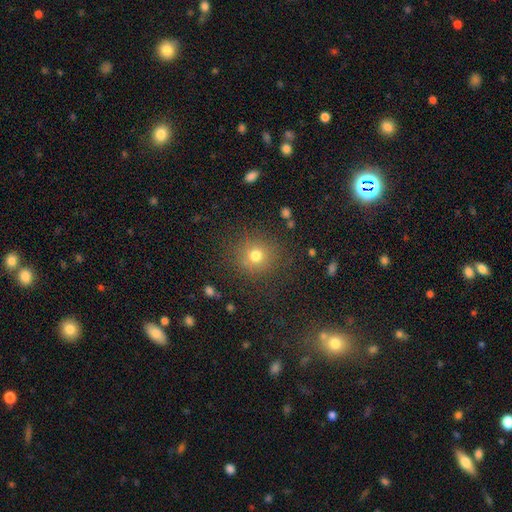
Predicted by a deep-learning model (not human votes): Smooth or featured? smooth (75%)
How rounded? round (89%)
Merging? none (85%)